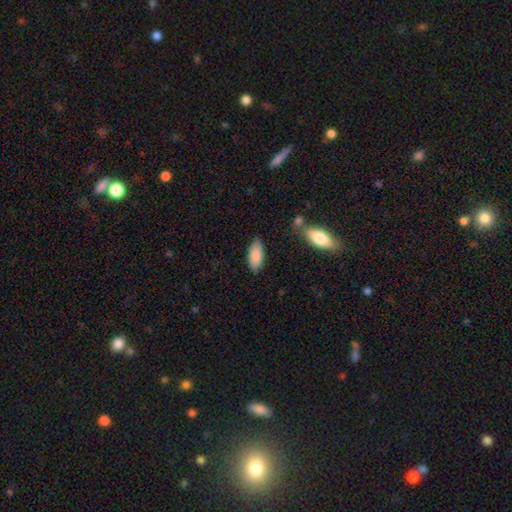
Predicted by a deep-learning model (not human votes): Smooth or featured: smooth — 86% (featured or disk — 7%)
How rounded: in between — 83% (cigar-shaped — 15%)
Merging: none — 79% (minor disturbance — 14%)